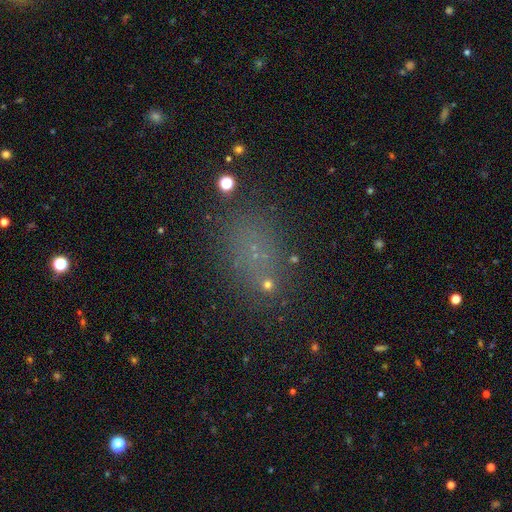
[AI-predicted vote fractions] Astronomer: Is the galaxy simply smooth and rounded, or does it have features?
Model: smooth — 58%.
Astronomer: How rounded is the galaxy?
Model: in between — 73%.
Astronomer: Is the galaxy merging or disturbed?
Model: none — 75%.